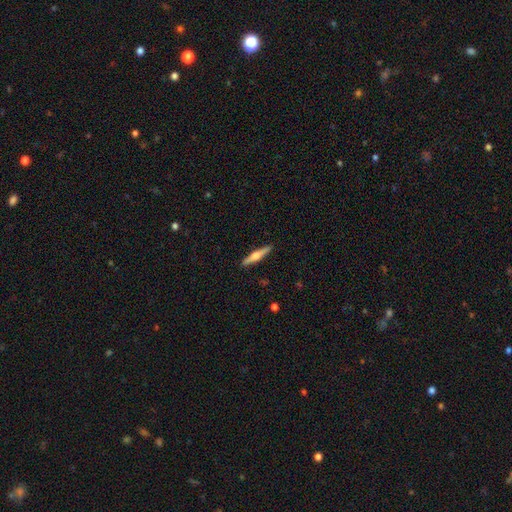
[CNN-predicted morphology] This is likely a featured or disk galaxy (62%). It is clearly viewed edge-on (97%). Edge-on bulge: clearly rounded (91%). Merging: clearly none (91%).